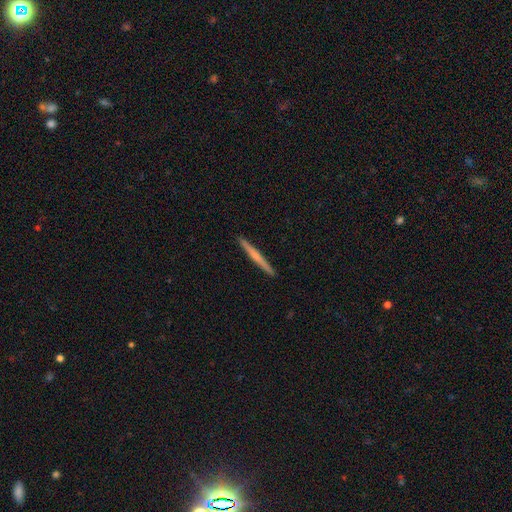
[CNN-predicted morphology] Smooth or featured? smooth (50%)
Merging? none (93%)